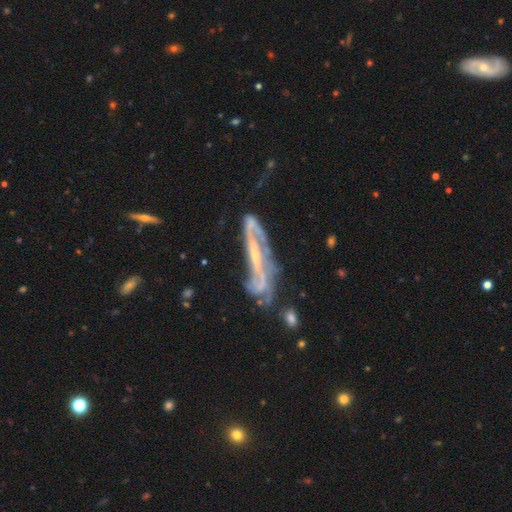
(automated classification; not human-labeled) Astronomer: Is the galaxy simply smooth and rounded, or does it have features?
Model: featured or disk — 82%.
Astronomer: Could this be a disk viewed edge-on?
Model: no — 66%.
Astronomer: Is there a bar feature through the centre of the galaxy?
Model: strong — 46% (runner-up: weak, 27%).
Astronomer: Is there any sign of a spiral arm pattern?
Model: yes — 86%.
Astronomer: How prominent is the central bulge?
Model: small — 63%.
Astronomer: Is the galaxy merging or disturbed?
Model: none — 49%.